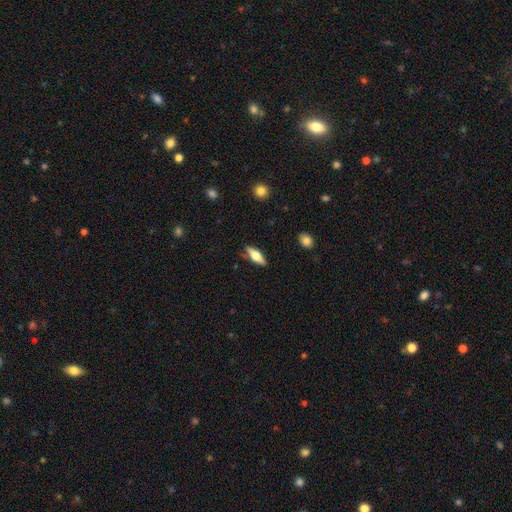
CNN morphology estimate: smooth-or-featured: smooth: 50% | featured or disk: 44% | star or artifact: 6%
  how-rounded: in between: 57% | cigar-shaped: 40% | round: 3%
  merging: none: 85% | minor disturbance: 11% | major disturbance: 2% | merger: 2%